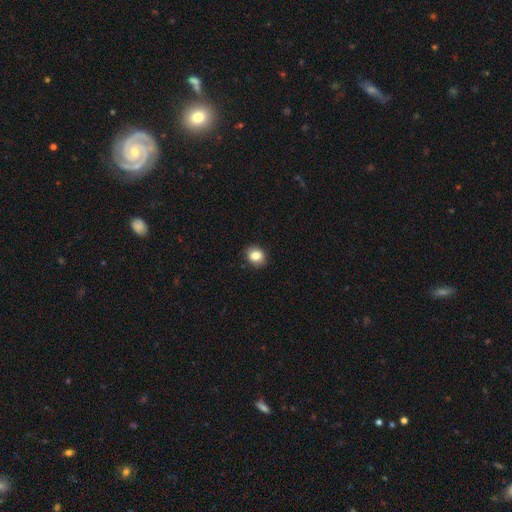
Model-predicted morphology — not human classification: Smooth or featured?
  - smooth: 83% *
  - star or artifact: 10%
  - featured or disk: 7%
How rounded?
  - round: 60% *
  - in between: 39%
  - cigar-shaped: 1%
Merging?
  - none: 88% *
  - minor disturbance: 9%
  - major disturbance: 2%
  - merger: 1%